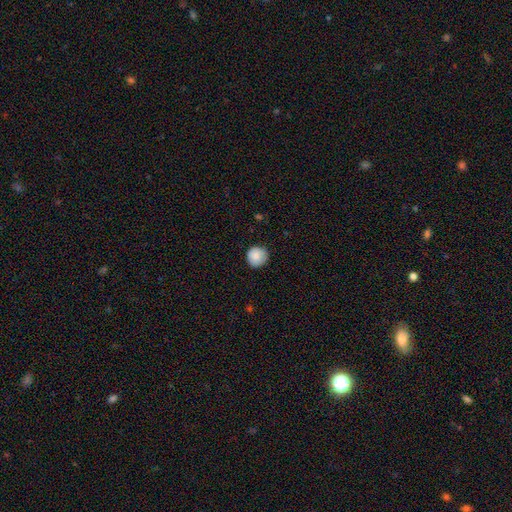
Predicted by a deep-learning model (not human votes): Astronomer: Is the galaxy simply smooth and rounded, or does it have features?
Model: smooth — 85%.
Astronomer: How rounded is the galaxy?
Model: round — 93%.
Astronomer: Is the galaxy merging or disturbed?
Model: none — 84%.